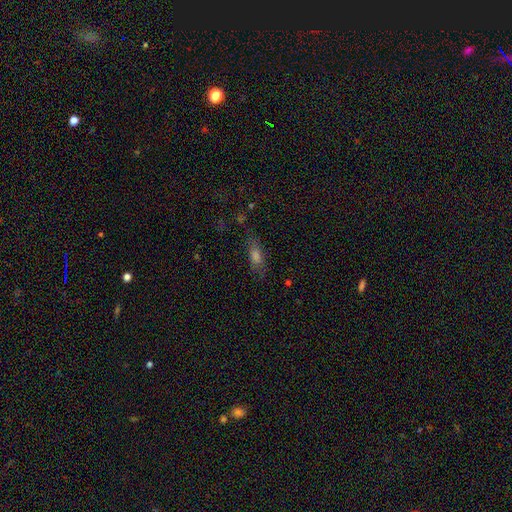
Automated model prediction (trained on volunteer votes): Smooth or featured? Predicted: smooth (p=0.54). How rounded? Predicted: in between (p=0.48). Merging? Predicted: none (p=0.73).